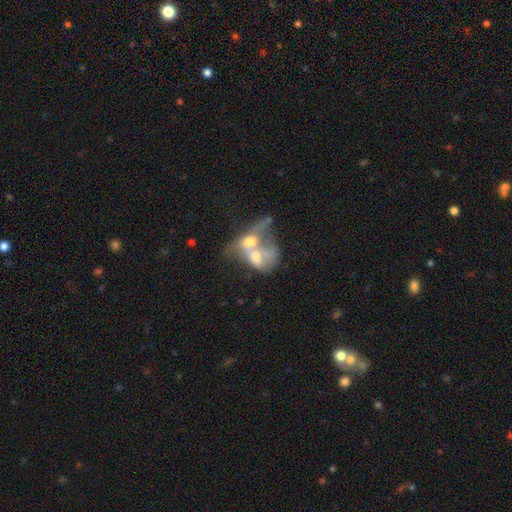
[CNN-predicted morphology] type=featured or disk (51%); edge-on=no (93%); merging=merger (81%).